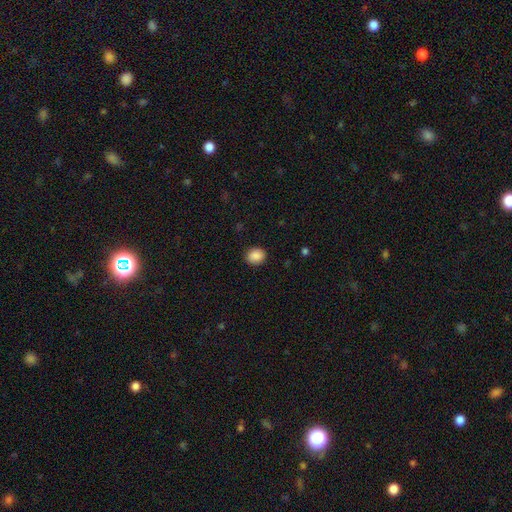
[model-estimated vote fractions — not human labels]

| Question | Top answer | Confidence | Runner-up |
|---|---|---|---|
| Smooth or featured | smooth | 89% | star or artifact (8%) |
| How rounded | round | 64% | in between (35%) |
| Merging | none | 89% | minor disturbance (7%) |